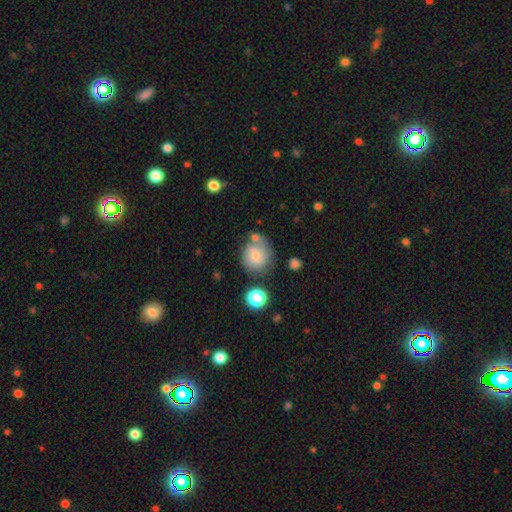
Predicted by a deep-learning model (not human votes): Morphology: type=smooth (67%); roundness=round (81%); merging=none (57%).